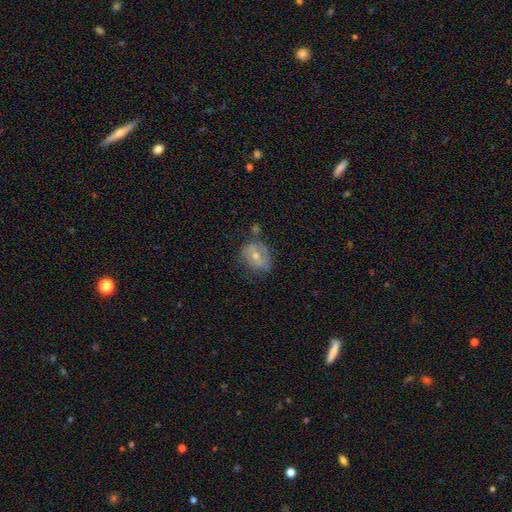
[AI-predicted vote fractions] The model was most divided on "spiral arms": yes: 57%, no: 43%. More confident: edge-on disk — no (95%); merging — none (64%); bar — no (64%); bulge size — moderate (56%); smooth or featured — featured or disk (53%).